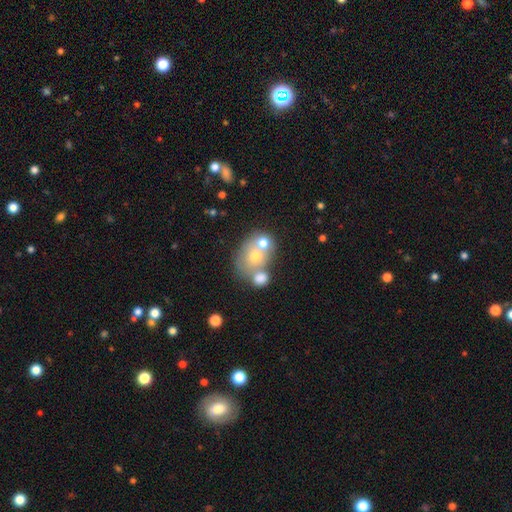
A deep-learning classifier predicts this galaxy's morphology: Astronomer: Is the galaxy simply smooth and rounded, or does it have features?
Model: smooth — 54% (runner-up: featured or disk, 33%).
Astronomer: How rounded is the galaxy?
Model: round — 53% (runner-up: in between, 46%).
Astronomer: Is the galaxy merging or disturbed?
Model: merger — 48% (runner-up: none, 35%).